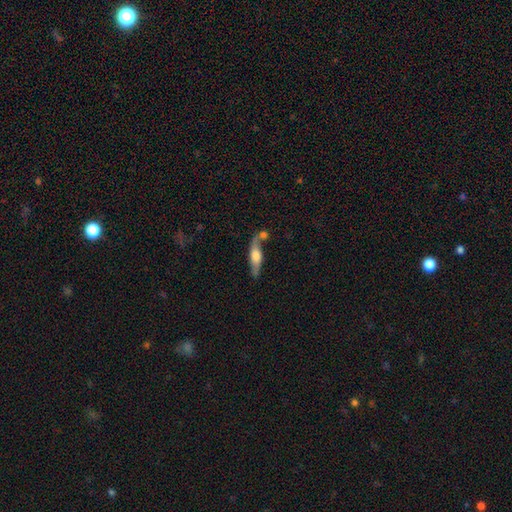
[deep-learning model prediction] Smooth or featured: featured or disk — 50% (smooth — 44%)
Merging: none — 55% (merger — 22%)